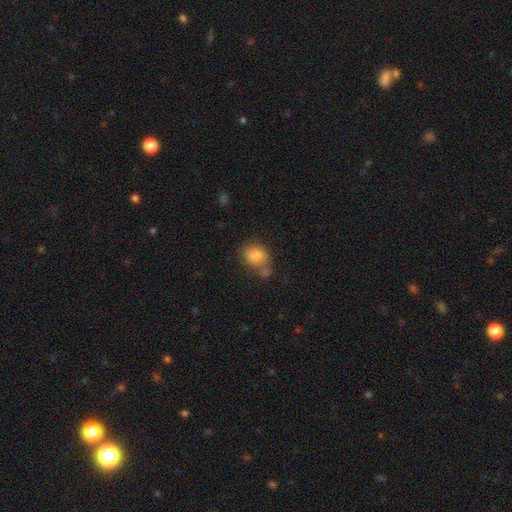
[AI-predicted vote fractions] Smooth or featured: smooth — 85% (star or artifact — 9%)
How rounded: round — 60% (in between — 39%)
Merging: none — 49% (merger — 27%)